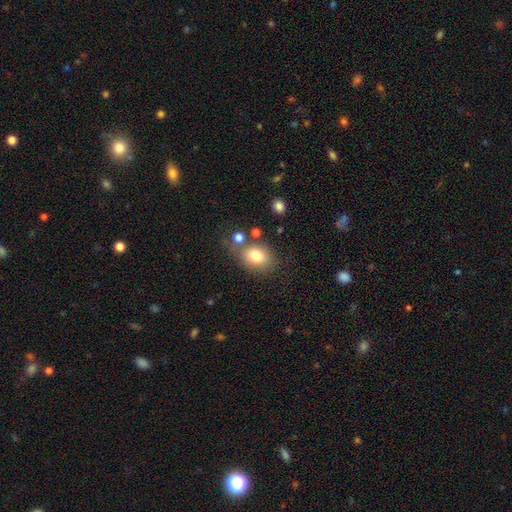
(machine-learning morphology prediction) The model was most divided on "how rounded": in between: 59%, round: 40%, cigar-shaped: 1%. More confident: smooth or featured — smooth (80%); merging — none (64%).